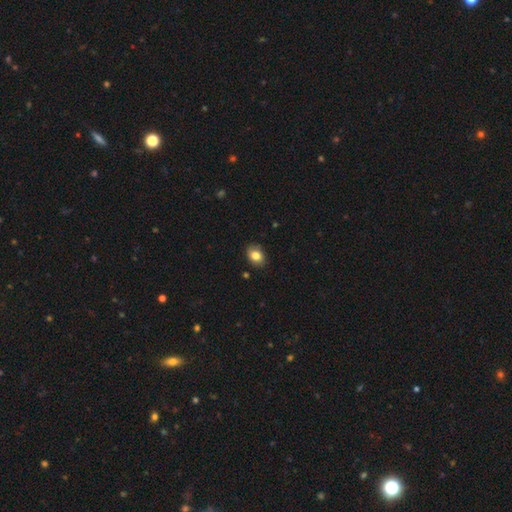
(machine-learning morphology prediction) Overall: smooth (83%). How rounded: in between (69%; round 30%). Merging: none (86%).